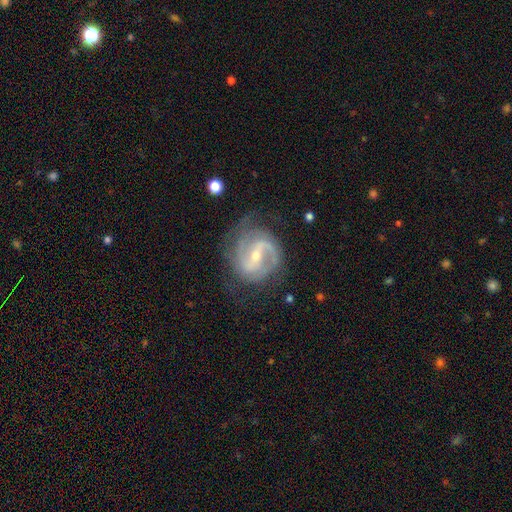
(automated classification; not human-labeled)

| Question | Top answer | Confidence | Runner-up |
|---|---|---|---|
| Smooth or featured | featured or disk | 89% | smooth (6%) |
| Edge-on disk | no | 98% | yes (2%) |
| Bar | weak | 47% | strong (34%) |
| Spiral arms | yes | 97% | no (3%) |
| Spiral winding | medium | 51% | tight (30%) |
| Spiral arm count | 2 | 76% | 3 (9%) |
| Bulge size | small | 61% | moderate (36%) |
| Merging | none | 70% | minor disturbance (19%) |